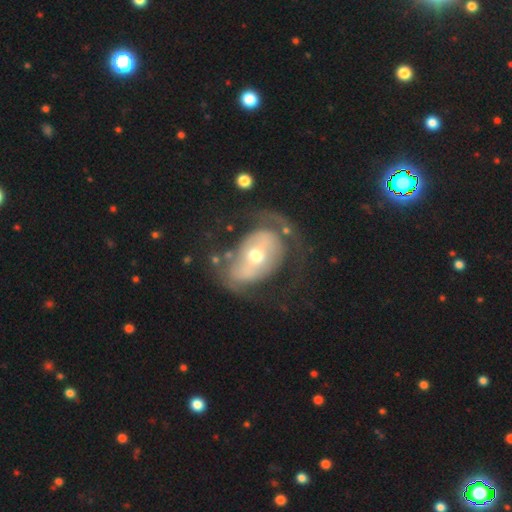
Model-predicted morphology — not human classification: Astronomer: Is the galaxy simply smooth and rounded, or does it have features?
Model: featured or disk — 68%.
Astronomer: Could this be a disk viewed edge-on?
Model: no — 94%.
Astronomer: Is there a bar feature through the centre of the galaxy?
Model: no — 51% (runner-up: weak, 27%).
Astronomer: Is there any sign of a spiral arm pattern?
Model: yes — 56% (runner-up: no, 44%).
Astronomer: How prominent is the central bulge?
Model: moderate — 67%.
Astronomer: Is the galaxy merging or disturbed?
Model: none — 47% (runner-up: major disturbance, 30%).